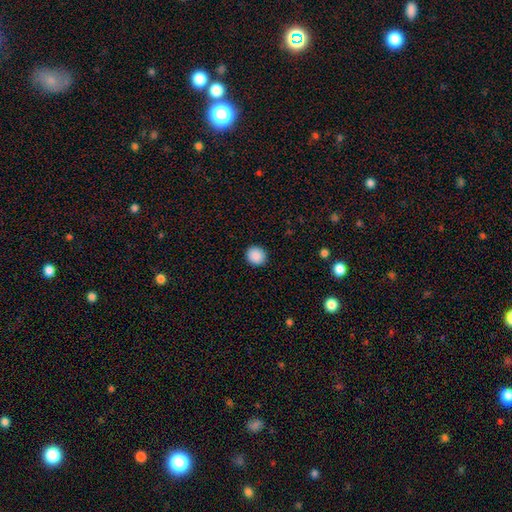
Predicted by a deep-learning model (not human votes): Smooth or featured? Predicted: smooth (p=0.89). How rounded? Predicted: round (p=0.88). Merging? Predicted: none (p=0.92).